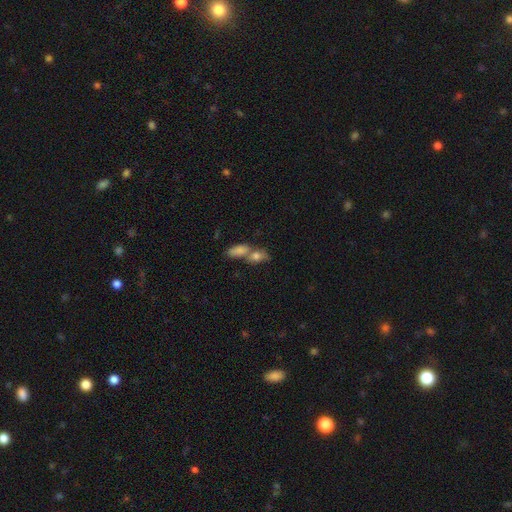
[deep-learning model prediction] Morphology: type=smooth (72%); roundness=in between (70%); merging=merger (57%).